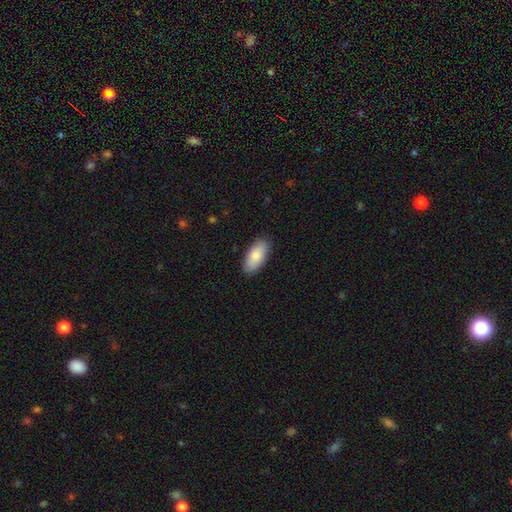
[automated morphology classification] This is clearly a smooth galaxy (86%). How rounded: clearly in between (90%). Merging: clearly none (87%).